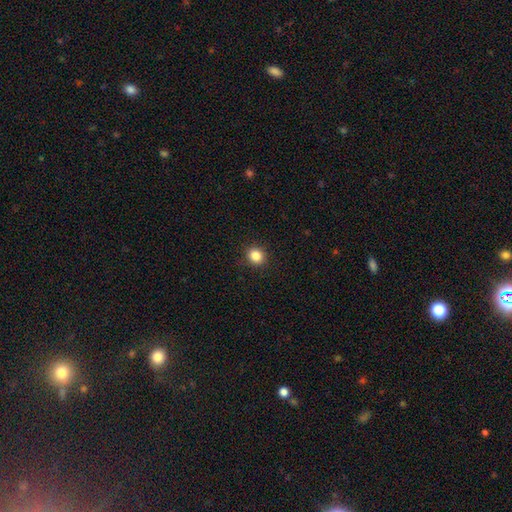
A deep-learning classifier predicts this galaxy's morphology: Smooth or featured? smooth (86%)
How rounded? round (83%)
Merging? none (91%)